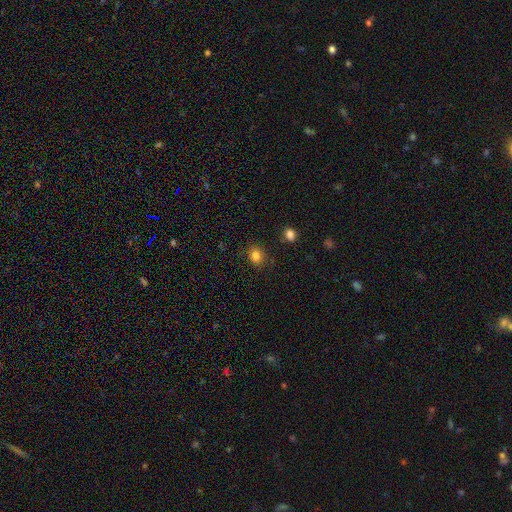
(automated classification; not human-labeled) smooth_or_featured: smooth (p=0.83) [alt: star or artifact p=0.12]
how_rounded: round (p=0.68) [alt: in between p=0.31]
merging: none (p=0.85) [alt: minor disturbance p=0.10]